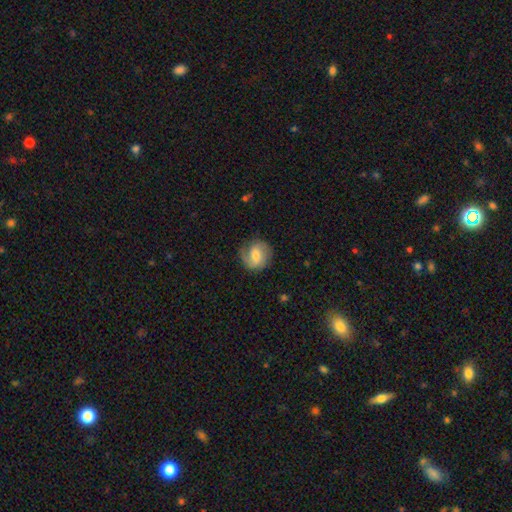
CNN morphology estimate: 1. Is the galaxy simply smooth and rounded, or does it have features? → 58% featured or disk, 35% smooth, 7% star or artifact.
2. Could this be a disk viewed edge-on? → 97% no, 3% yes.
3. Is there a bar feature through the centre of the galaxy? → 50% weak, 35% no, 15% strong.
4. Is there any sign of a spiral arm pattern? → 89% yes, 11% no.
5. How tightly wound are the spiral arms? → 43% medium, 35% tight, 22% loose.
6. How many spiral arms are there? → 67% 2, 18% 1, 11% can't tell, 2% 3, 1% 4, 1% more than 4.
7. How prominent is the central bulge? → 52% moderate, 35% small, 7% large, 4% none, 1% dominant.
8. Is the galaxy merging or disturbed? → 74% none, 17% minor disturbance, 8% major disturbance, 1% merger.